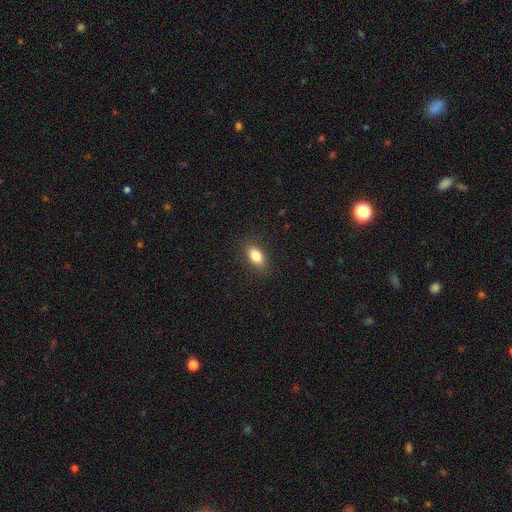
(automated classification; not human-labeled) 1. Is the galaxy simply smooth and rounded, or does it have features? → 84% smooth, 8% featured or disk, 8% star or artifact.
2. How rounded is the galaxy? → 88% in between, 6% round, 6% cigar-shaped.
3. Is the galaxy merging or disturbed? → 86% none, 10% minor disturbance, 3% major disturbance, 1% merger.